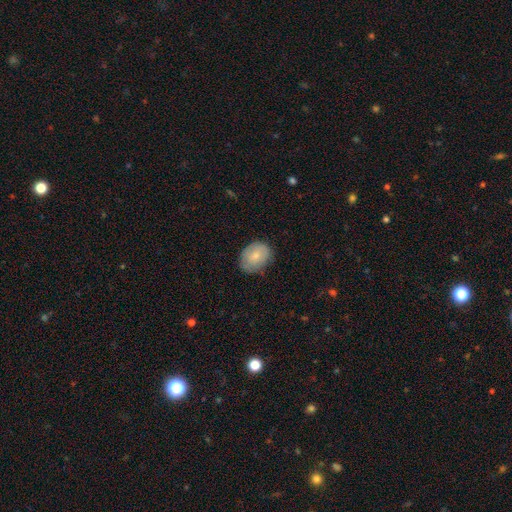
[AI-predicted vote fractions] Overall: smooth (76%). How rounded: in between (61%; round 38%). Merging: none (75%).